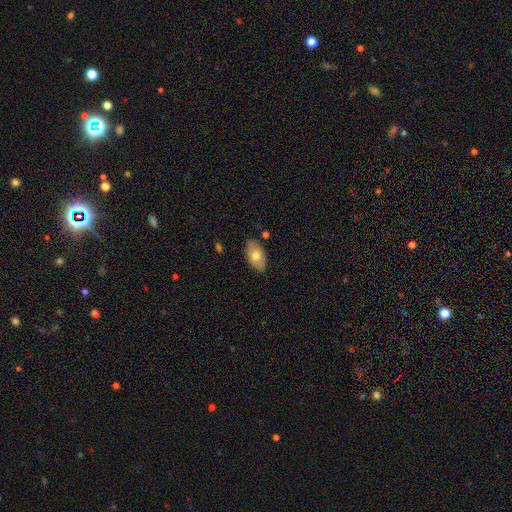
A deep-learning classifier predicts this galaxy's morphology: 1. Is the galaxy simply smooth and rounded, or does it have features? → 69% smooth, 24% featured or disk, 7% star or artifact.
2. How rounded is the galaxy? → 94% in between, 5% round, 2% cigar-shaped.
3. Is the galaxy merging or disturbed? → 84% none, 12% minor disturbance, 2% major disturbance, 2% merger.